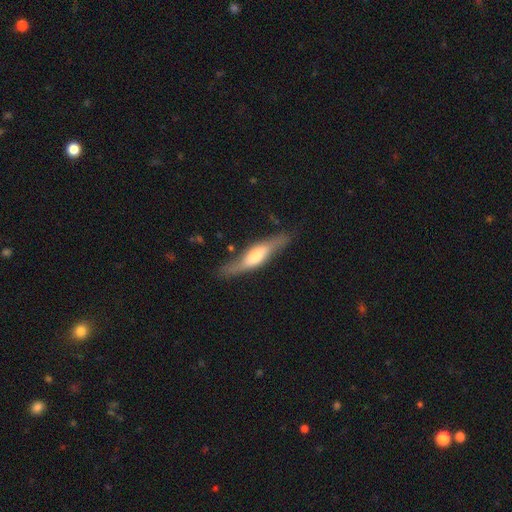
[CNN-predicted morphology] The model was most divided on "smooth or featured": featured or disk: 62%, smooth: 32%, star or artifact: 6%. More confident: edge-on disk — yes (79%); merging — none (77%).